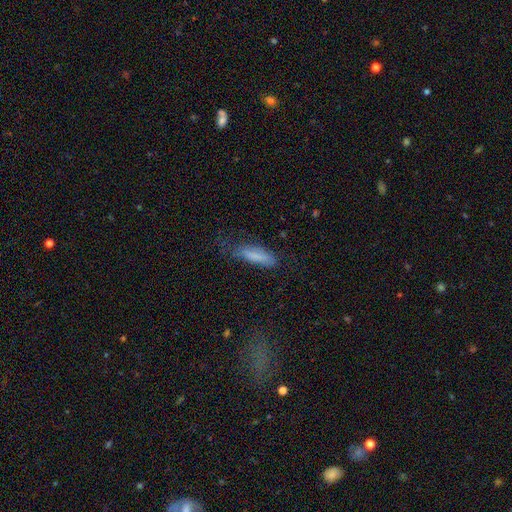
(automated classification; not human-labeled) A smooth galaxy with no disk features (76%) that is cigar-shaped (62%). Merging: none (56%).